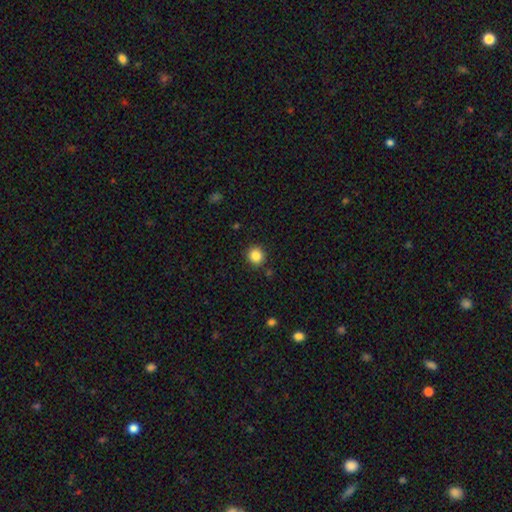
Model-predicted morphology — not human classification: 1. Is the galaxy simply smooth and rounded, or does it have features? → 85% smooth, 11% star or artifact, 4% featured or disk.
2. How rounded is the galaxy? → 90% round, 9% in between, 1% cigar-shaped.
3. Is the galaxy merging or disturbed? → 90% none, 6% minor disturbance, 2% major disturbance, 2% merger.